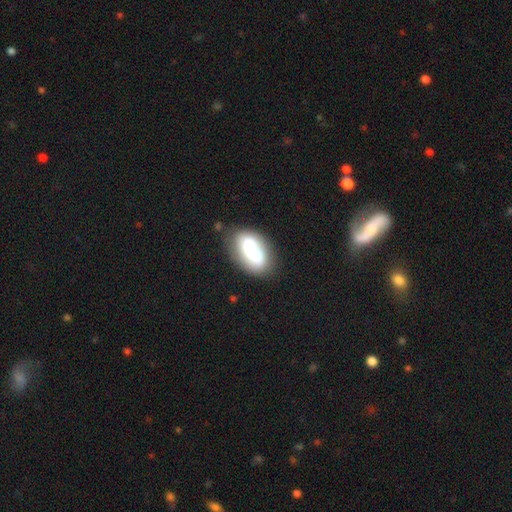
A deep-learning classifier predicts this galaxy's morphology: Smooth or featured? Predicted: smooth (p=0.52). How rounded? Predicted: in between (p=0.86). Merging? Predicted: none (p=0.57).